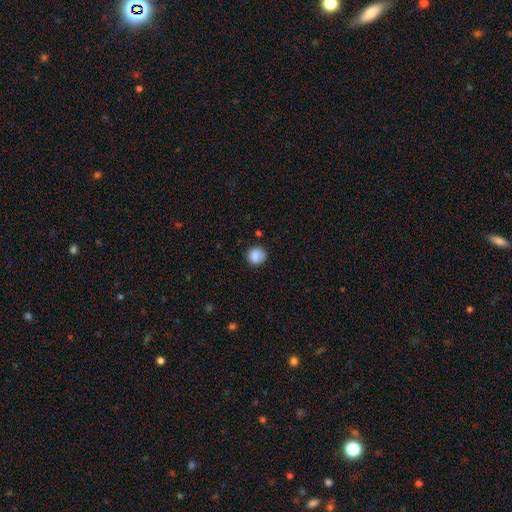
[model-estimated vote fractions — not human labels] A smooth galaxy with no disk features (86%) that is round (87%).

Vote fractions:
- Smooth or featured? smooth: 86% / star or artifact: 9% / featured or disk: 5%
- How rounded? round: 87% / in between: 12% / cigar-shaped: 1%
- Merging? none: 80% / minor disturbance: 14% / major disturbance: 4% / merger: 2%